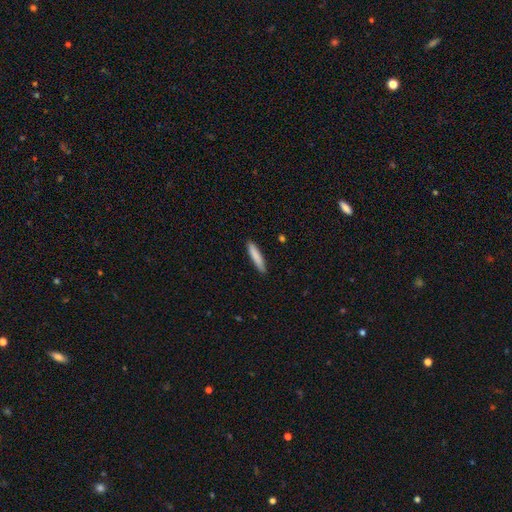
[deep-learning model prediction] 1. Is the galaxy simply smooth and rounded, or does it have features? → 84% smooth, 10% featured or disk, 6% star or artifact.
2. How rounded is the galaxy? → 88% cigar-shaped, 10% in between, 1% round.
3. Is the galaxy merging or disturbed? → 88% none, 9% minor disturbance, 2% major disturbance, 1% merger.